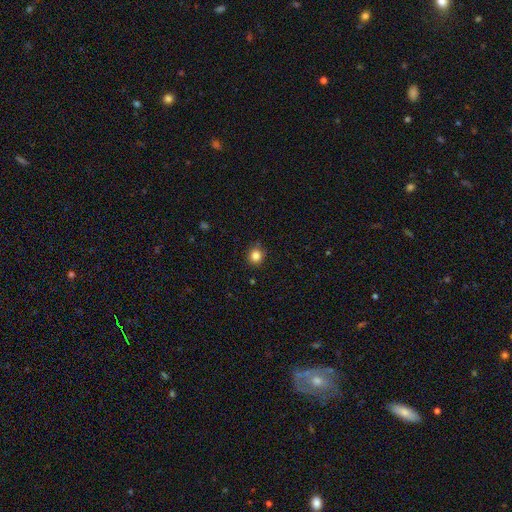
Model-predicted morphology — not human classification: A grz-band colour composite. It shows a smooth galaxy with no disk features (84%) that is round (88%). Merging: none (87%).